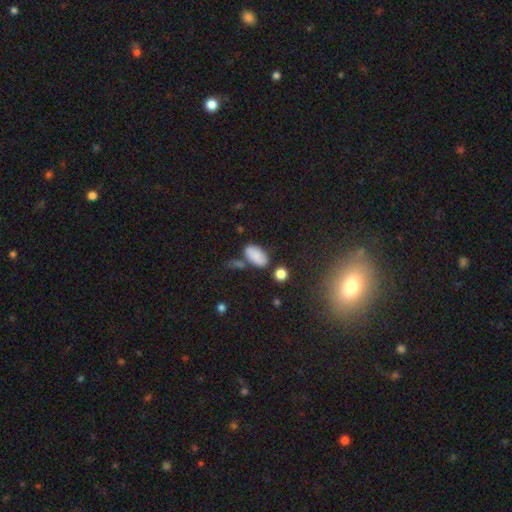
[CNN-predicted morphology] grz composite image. It shows a smooth galaxy with no disk features (81%) that is in between round and cigar-shaped (93%). Merging: none (64%).